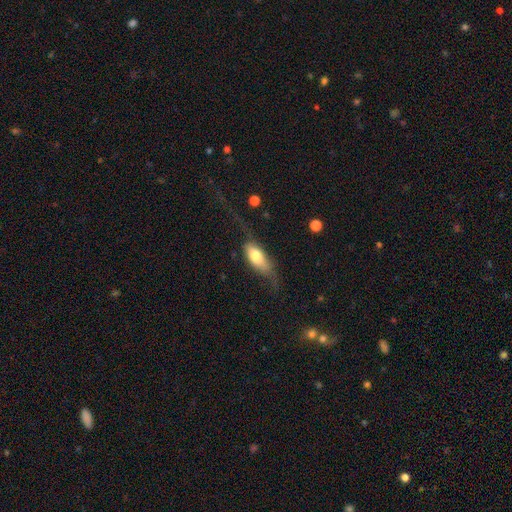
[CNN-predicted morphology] smooth_or_featured: smooth (p=0.63) [alt: featured or disk p=0.31]
how_rounded: in between (p=0.80) [alt: cigar-shaped p=0.16]
merging: major disturbance (p=0.36) [tied with: none p=0.36]